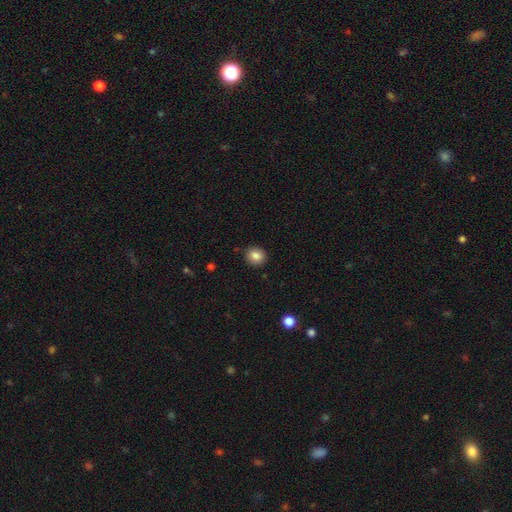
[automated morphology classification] Smooth or featured? Predicted: smooth (p=0.85). How rounded? Predicted: round (p=0.81). Merging? Predicted: none (p=0.90).